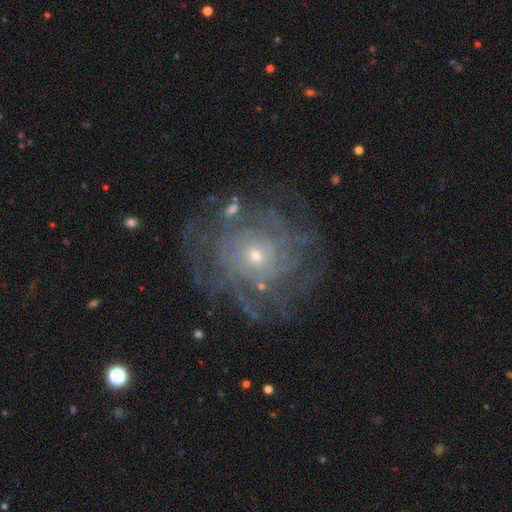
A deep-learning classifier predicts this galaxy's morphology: smooth-or-featured: featured or disk: 80% | star or artifact: 10% | smooth: 10%
  disk-edge-on: no: 97% | yes: 3%
    bar: no: 84% | weak: 13% | strong: 3%
    has-spiral-arms: yes: 87% | no: 13%
      spiral-winding: tight: 72% | medium: 20% | loose: 8%
      spiral-arm-count: can't tell: 44% | more than 4: 21% | 4: 13% | 3: 8% | 2: 7% | 1: 6%
    bulge-size: small: 72% | moderate: 24% | large: 2% | none: 1% | dominant: 1%
  merging: none: 76% | minor disturbance: 13% | major disturbance: 9% | merger: 2%